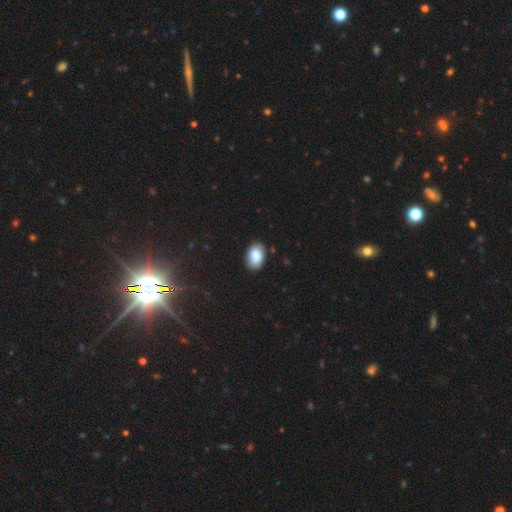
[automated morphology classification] smooth 86%, featured or disk 7%, star or artifact 7%. Down the decision tree: how rounded — in between (89%); merging — none (83%).